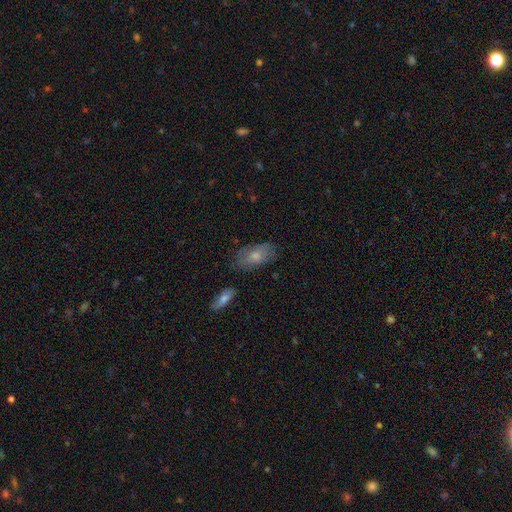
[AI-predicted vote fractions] This appears to be a smooth galaxy with no disk features (69%) that is in between round and cigar-shaped (91%). Merging: none (72%).